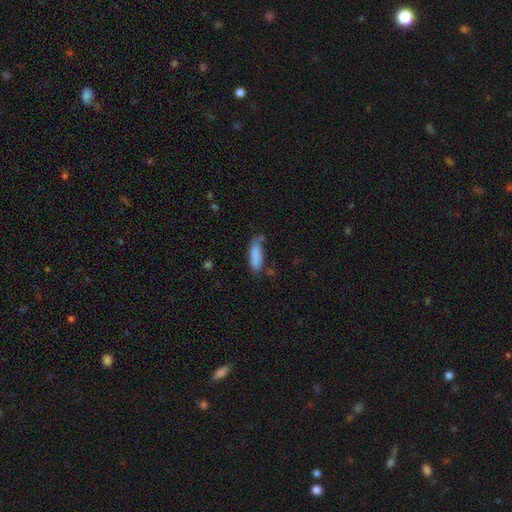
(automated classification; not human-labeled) Morphology: type=smooth (85%); roundness=in between (54%); merging=none (60%).